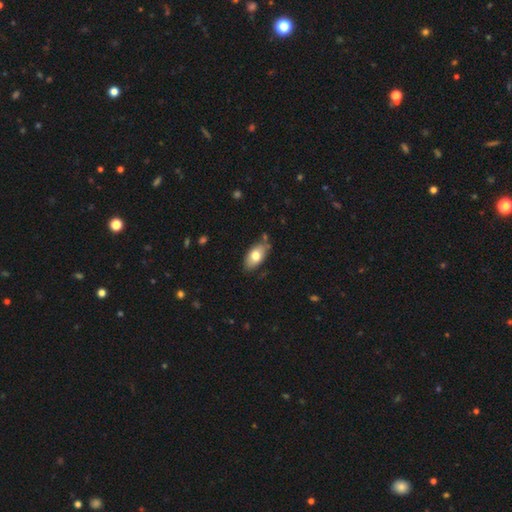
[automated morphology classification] Q: Smooth or featured?
A: smooth (73%); runner-up: featured or disk (20%)
Q: How rounded?
A: in between (92%); runner-up: round (4%)
Q: Merging?
A: none (74%); runner-up: minor disturbance (18%)